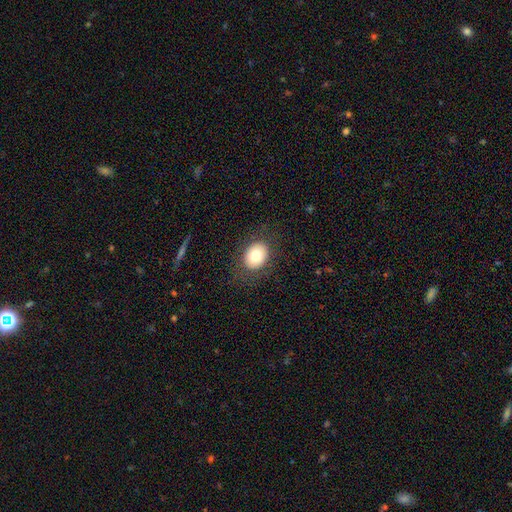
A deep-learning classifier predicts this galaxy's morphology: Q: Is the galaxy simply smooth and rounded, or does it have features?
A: smooth — 78%.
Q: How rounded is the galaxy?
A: in between — 59%.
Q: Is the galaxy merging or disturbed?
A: none — 84%.